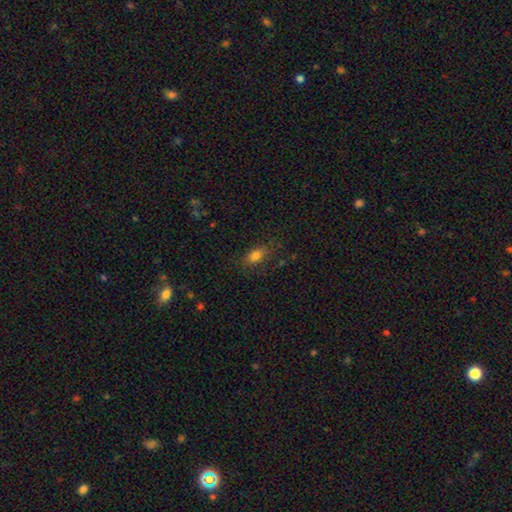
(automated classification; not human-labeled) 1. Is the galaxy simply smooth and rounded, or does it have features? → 79% smooth, 12% star or artifact, 10% featured or disk.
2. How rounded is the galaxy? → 82% in between, 10% round, 7% cigar-shaped.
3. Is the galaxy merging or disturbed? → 73% none, 18% minor disturbance, 8% major disturbance, 2% merger.